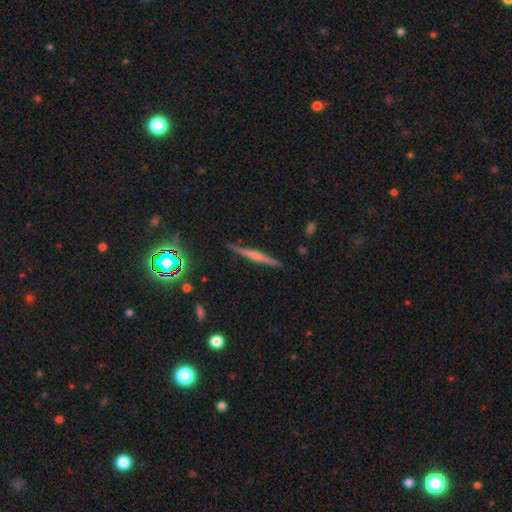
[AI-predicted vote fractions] This appears to be a featured or disk galaxy (61%) viewed edge-on (98%) with a rounded central bulge (48%). Merging: none (90%).